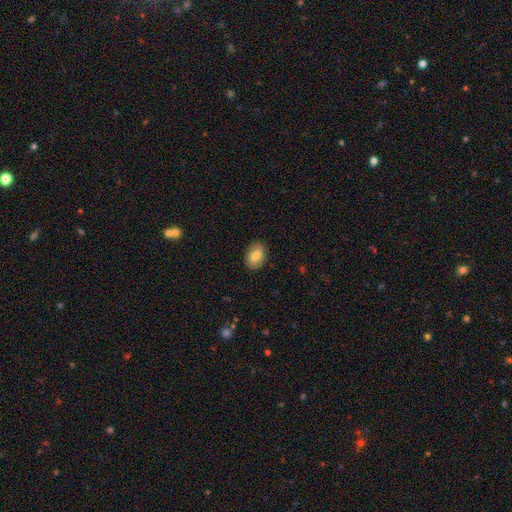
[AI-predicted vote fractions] This is likely a smooth galaxy (76%). How rounded: likely in between (78%). Merging: clearly none (87%).